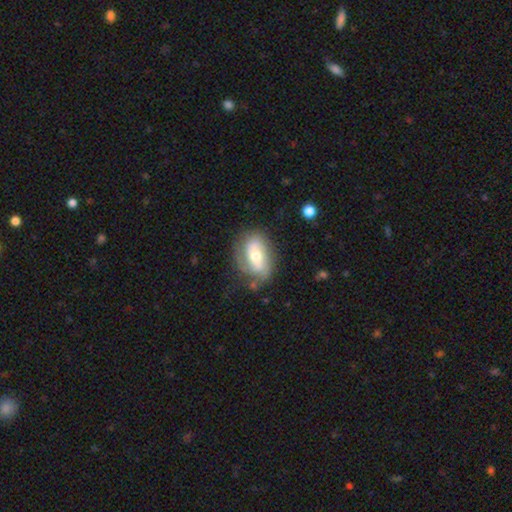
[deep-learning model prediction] Smooth or featured? Predicted: featured or disk (p=0.61). Edge-on disk? Predicted: no (p=0.93). Bar? Predicted: no (p=0.38). Spiral arms? Predicted: yes (p=0.79). Bulge size? Predicted: moderate (p=0.66). Merging? Predicted: none (p=0.63).